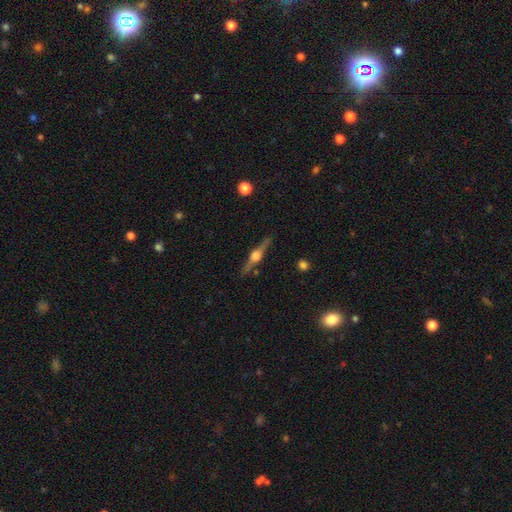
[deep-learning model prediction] Q: Smooth or featured?
A: featured or disk (82%); runner-up: smooth (12%)
Q: Edge-on disk?
A: yes (98%); runner-up: no (2%)
Q: Edge-on bulge?
A: rounded (93%); runner-up: boxy (5%)
Q: Merging?
A: none (89%); runner-up: minor disturbance (8%)